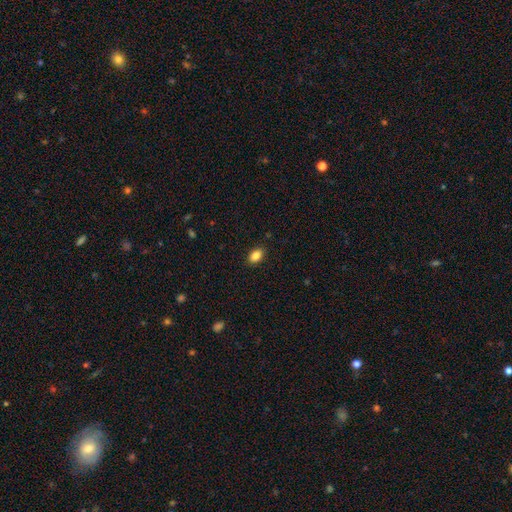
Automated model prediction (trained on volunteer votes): The model was most divided on "how rounded": in between: 88%, round: 11%, cigar-shaped: 2%. More confident: merging — none (89%); smooth or featured — smooth (87%).